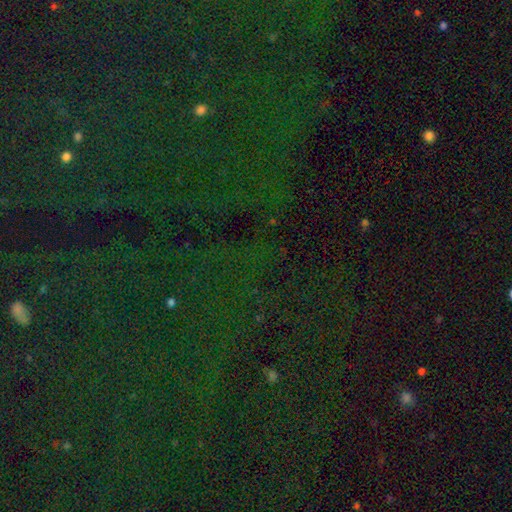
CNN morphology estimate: This is clearly a star or artifact rather than a galaxy (82%).